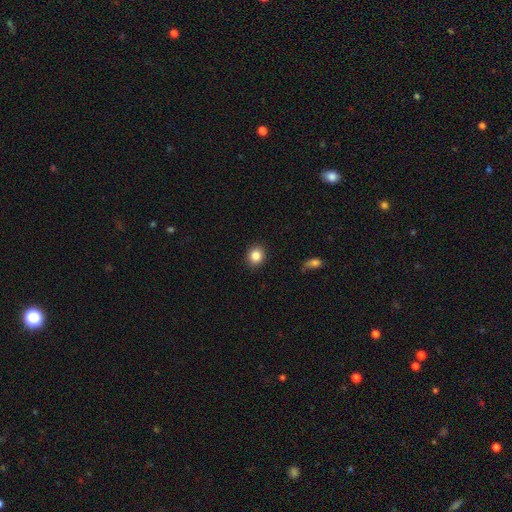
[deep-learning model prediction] smooth_or_featured: smooth (p=0.85) [alt: star or artifact p=0.10]
how_rounded: round (p=0.75) [alt: in between p=0.24]
merging: none (p=0.90) [alt: minor disturbance p=0.07]